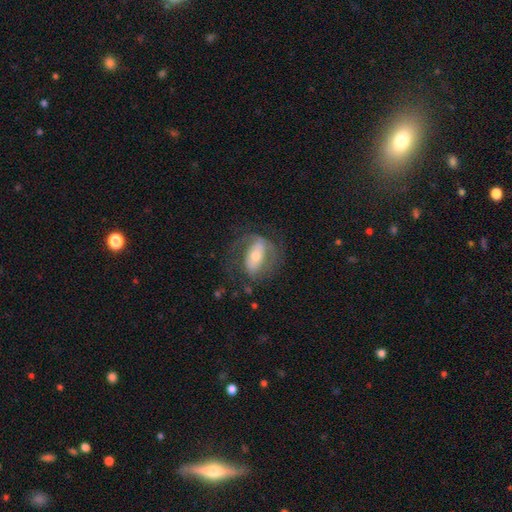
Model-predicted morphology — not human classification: Smooth or featured?
  - featured or disk: 64% *
  - smooth: 29%
  - star or artifact: 7%
Edge-on disk?
  - no: 92% *
  - yes: 8%
Bar?
  - strong: 40% *
  - no: 31%
  - weak: 29%
Spiral arms?
  - yes: 68% *
  - no: 32%
Bulge size?
  - moderate: 55% *
  - small: 35%
  - large: 7%
  - dominant: 2%
  - none: 2%
Merging?
  - none: 57% *
  - major disturbance: 22%
  - minor disturbance: 19%
  - merger: 2%